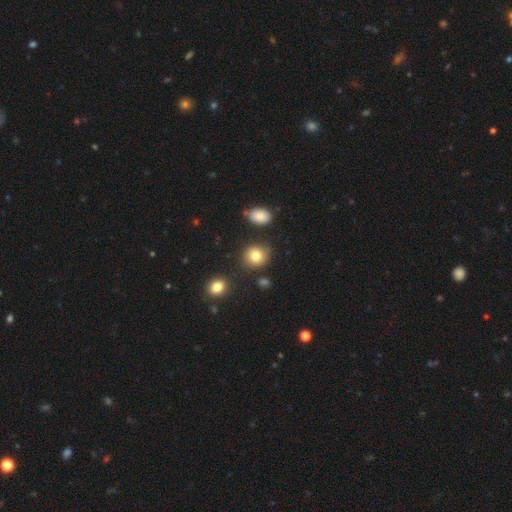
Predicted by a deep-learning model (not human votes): Smooth or featured: smooth — 81% (star or artifact — 11%)
How rounded: round — 78% (in between — 21%)
Merging: none — 81% (minor disturbance — 12%)